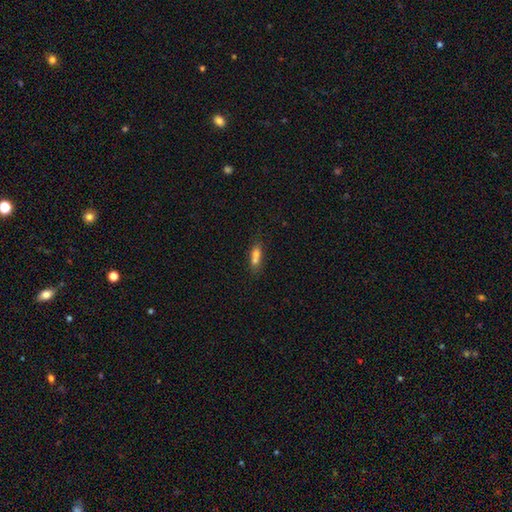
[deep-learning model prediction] smooth 68%, featured or disk 21%, star or artifact 11%. Down the decision tree: how rounded — in between (64%); merging — merger (59%).